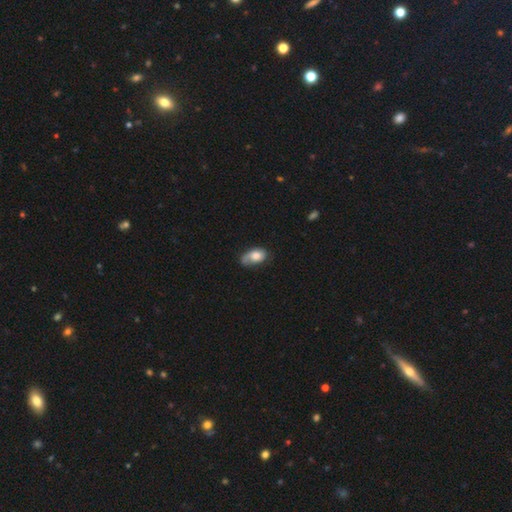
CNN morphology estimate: Smooth or featured? Predicted: smooth (p=0.64). How rounded? Predicted: in between (p=0.87). Merging? Predicted: none (p=0.42).